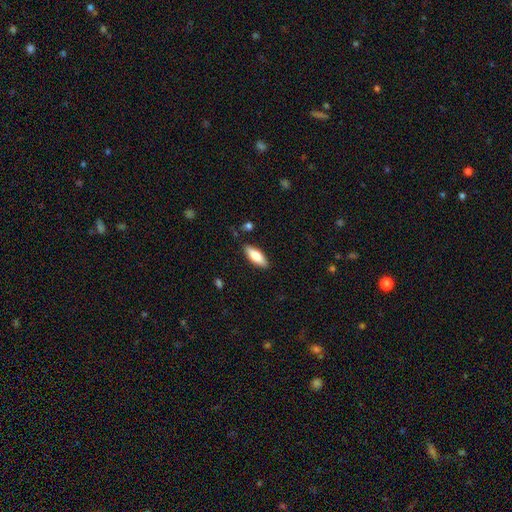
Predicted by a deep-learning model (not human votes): Smooth or featured?
  - smooth: 70% *
  - featured or disk: 24%
  - star or artifact: 6%
How rounded?
  - in between: 67% *
  - cigar-shaped: 31%
  - round: 2%
Merging?
  - none: 86% *
  - minor disturbance: 10%
  - major disturbance: 2%
  - merger: 2%